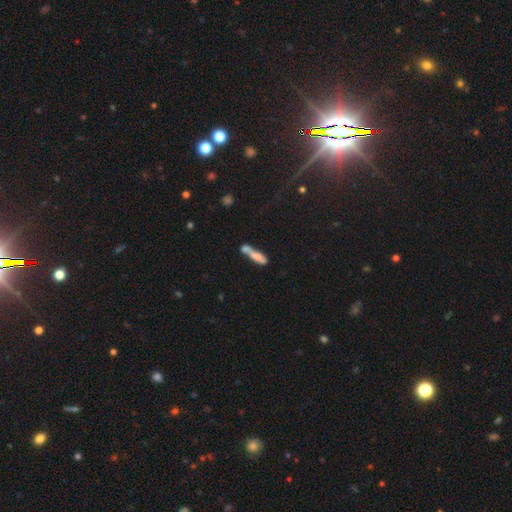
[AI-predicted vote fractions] Q: Smooth or featured?
A: smooth (54%); runner-up: featured or disk (37%)
Q: How rounded?
A: cigar-shaped (71%); runner-up: in between (26%)
Q: Merging?
A: merger (47%); runner-up: none (26%)